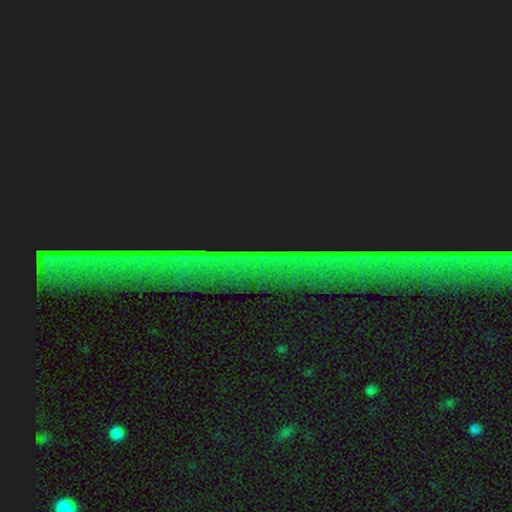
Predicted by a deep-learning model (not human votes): Smooth or featured?
  - star or artifact: 86% *
  - featured or disk: 8%
  - smooth: 7%